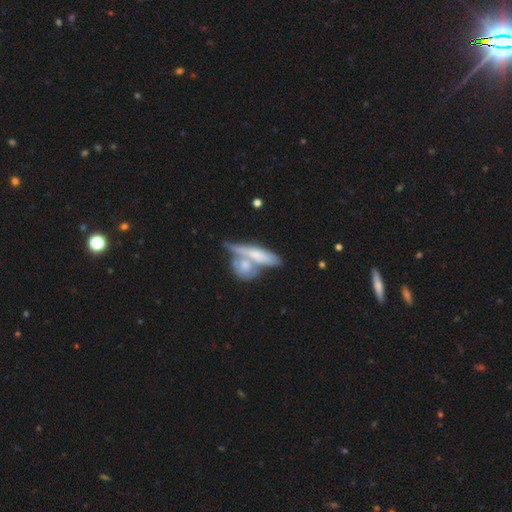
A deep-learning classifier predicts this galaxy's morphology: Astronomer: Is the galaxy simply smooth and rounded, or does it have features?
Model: smooth — 51% (runner-up: featured or disk, 41%).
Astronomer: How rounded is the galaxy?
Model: cigar-shaped — 57% (runner-up: in between, 36%).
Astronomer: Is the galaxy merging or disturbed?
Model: merger — 50% (runner-up: none, 33%).